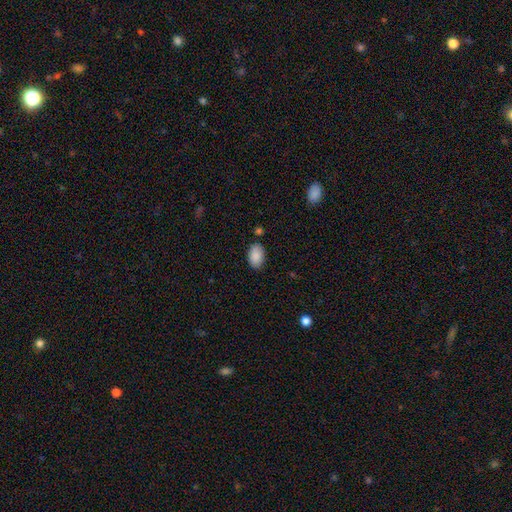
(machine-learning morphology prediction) This appears to be a smooth galaxy with no disk features (89%) that is in between round and cigar-shaped (92%). Merging: none (83%).